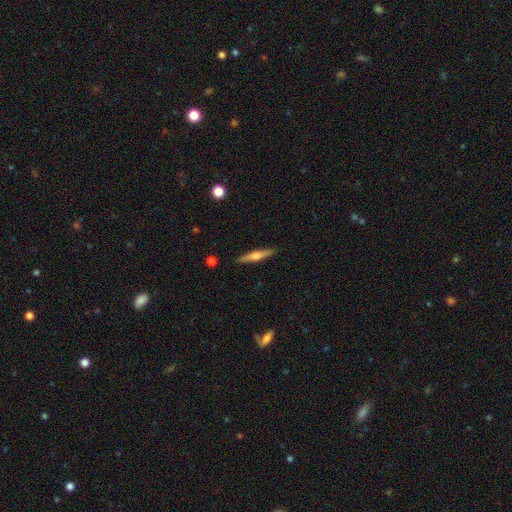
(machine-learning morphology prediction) smooth_or_featured: featured or disk (p=0.52) [alt: smooth p=0.41]
disk_edge_on: yes (p=0.96) [alt: no p=0.04]
edge_on_bulge: rounded (p=0.83) [alt: boxy p=0.09]
merging: none (p=0.90) [alt: minor disturbance p=0.07]